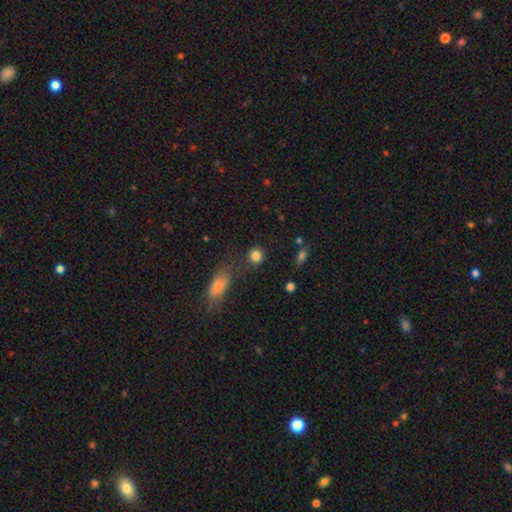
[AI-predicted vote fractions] Morphology: type=smooth (84%); roundness=round (83%); merging=none (75%).